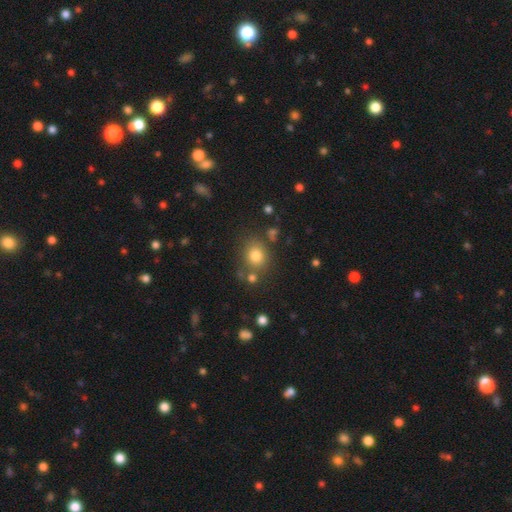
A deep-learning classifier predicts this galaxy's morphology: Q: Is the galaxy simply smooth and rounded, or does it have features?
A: smooth — 78%.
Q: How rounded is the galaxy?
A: round — 73%.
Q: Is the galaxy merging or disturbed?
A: none — 72%.